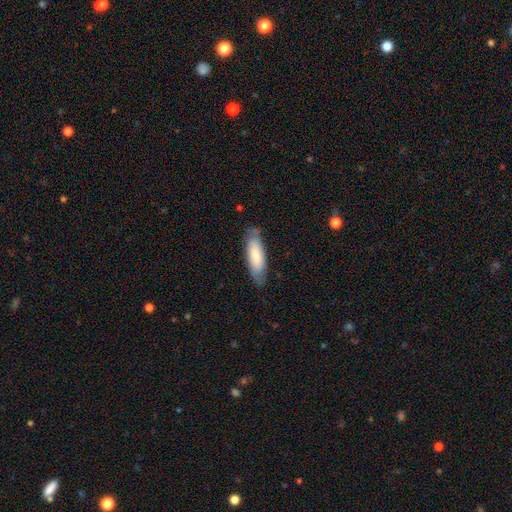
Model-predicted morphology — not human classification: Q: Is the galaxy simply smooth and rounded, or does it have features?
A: smooth — 79%.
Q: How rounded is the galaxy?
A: in between — 54%.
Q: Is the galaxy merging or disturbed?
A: none — 79%.